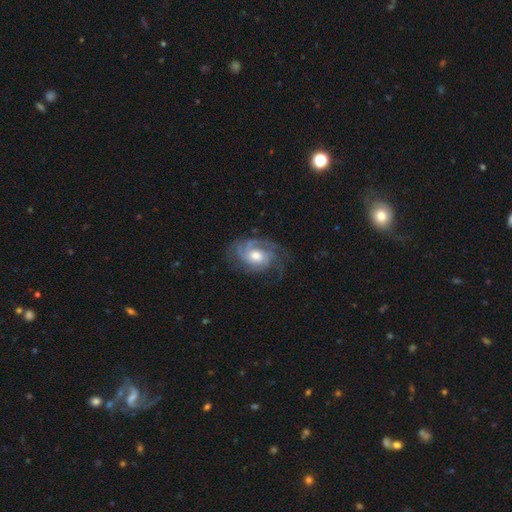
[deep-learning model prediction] This is clearly a featured or disk galaxy (84%). It is clearly not viewed edge-on (97%). Bar: likely no (68%). Spiral arm pattern: clearly yes (95%). Spiral arm count: marginally 3 (29%). Spiral winding: possibly tight (53%). Central bulge: likely moderate (68%). Merging: likely none (66%).